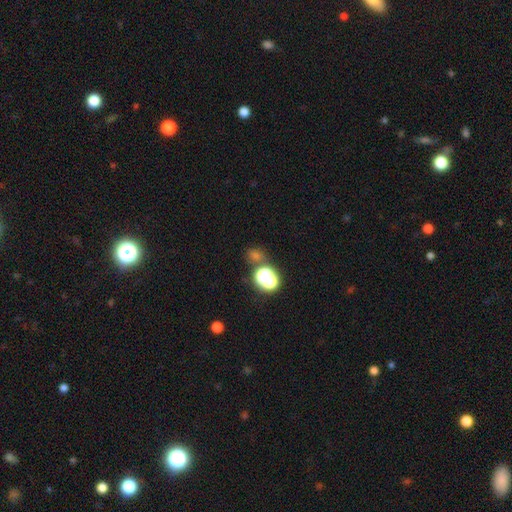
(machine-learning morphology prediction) Q: Smooth or featured?
A: star or artifact (51%); runner-up: smooth (40%)